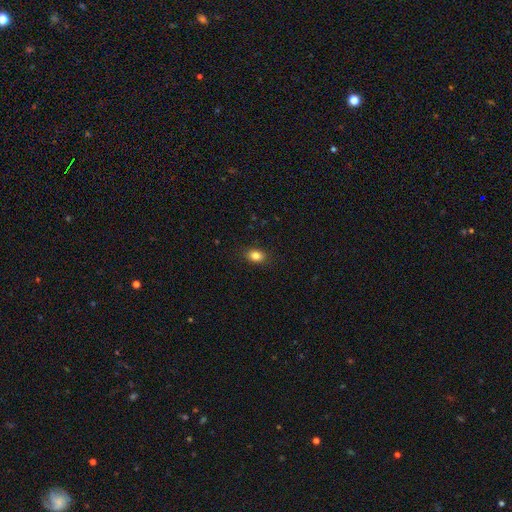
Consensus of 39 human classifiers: Morphology: type=smooth (87%); roundness=in between (65%); merging=none (94%).